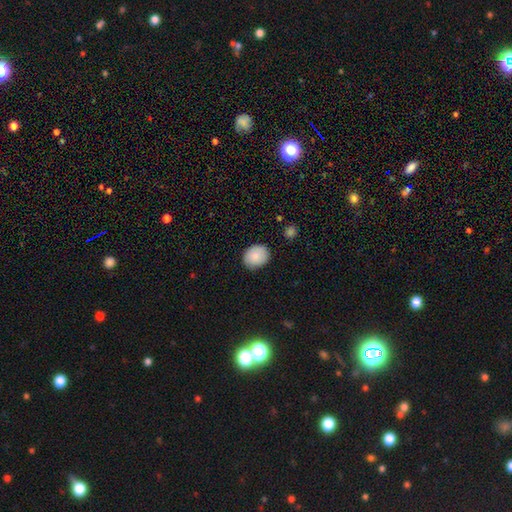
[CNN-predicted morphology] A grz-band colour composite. It shows a smooth galaxy with no disk features (86%) that is in between round and cigar-shaped (50%). Merging: none (82%).